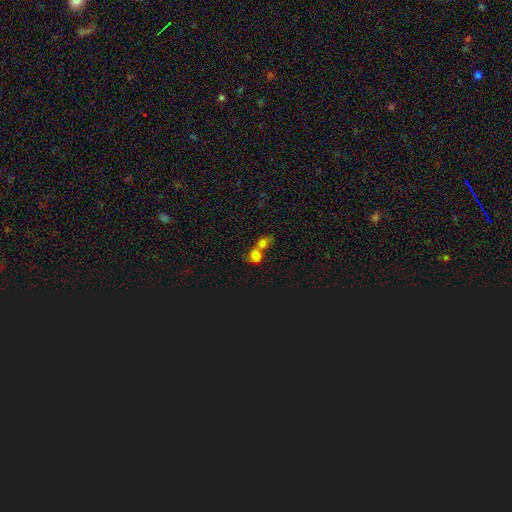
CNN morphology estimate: Smooth or featured: smooth — 71% (star or artifact — 15%)
How rounded: round — 64% (in between — 34%)
Merging: merger — 75% (none — 16%)